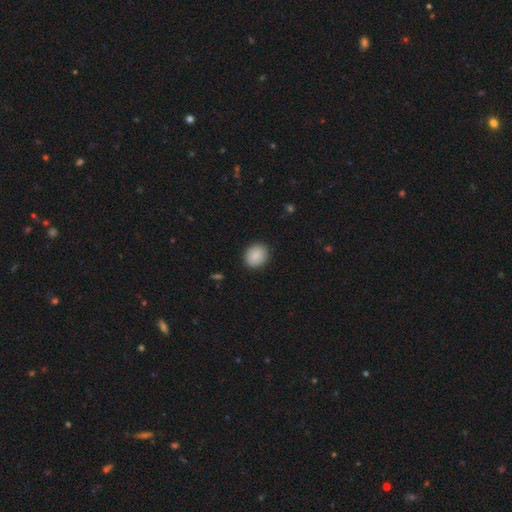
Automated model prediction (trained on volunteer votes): Smooth or featured? smooth (89%)
How rounded? round (61%)
Merging? none (89%)